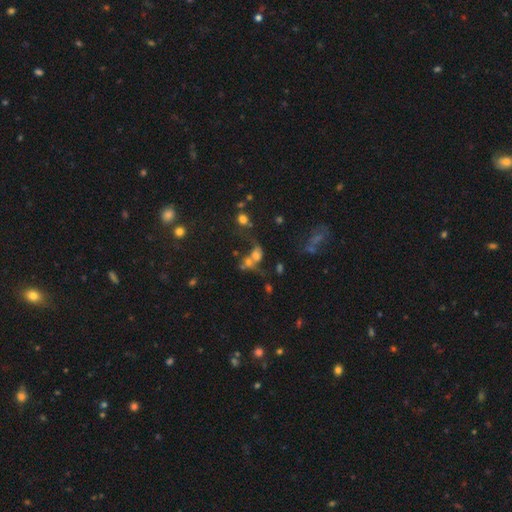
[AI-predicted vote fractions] smooth 48%, featured or disk 31%, star or artifact 21%. Down the decision tree: merging — merger (55%).